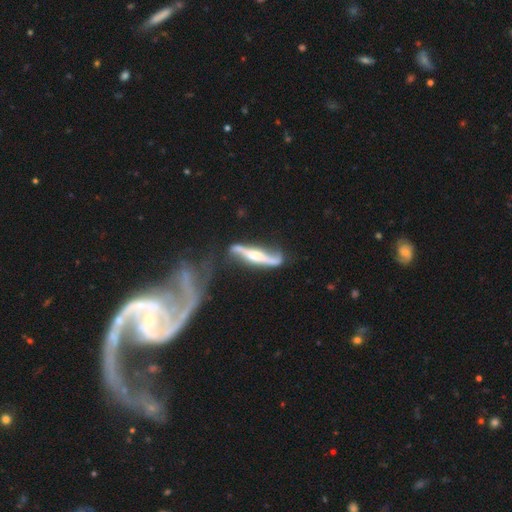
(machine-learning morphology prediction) Smooth or featured? Predicted: featured or disk (p=0.81). Edge-on disk? Predicted: yes (p=0.60). Merging? Predicted: none (p=0.53).